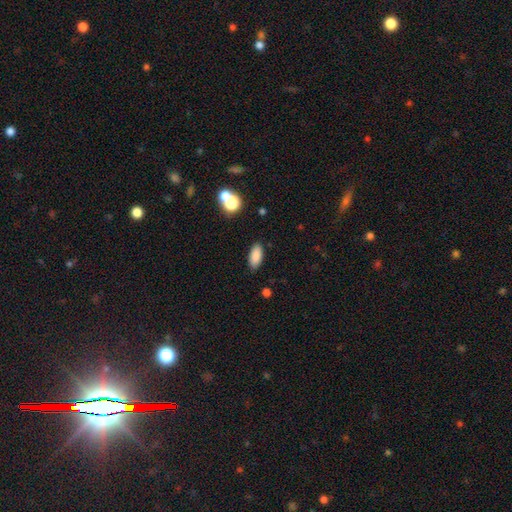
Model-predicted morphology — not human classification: Overall: smooth (87%). How rounded: in between (88%). Merging: none (87%).